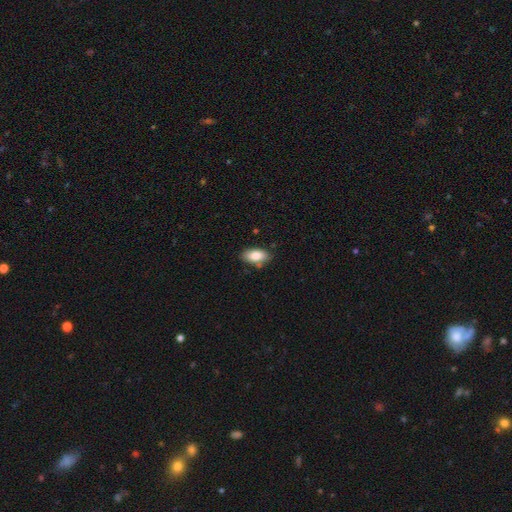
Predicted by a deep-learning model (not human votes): This appears to be a smooth galaxy with no disk features (84%) that is in between round and cigar-shaped (92%). Merging: none (79%).